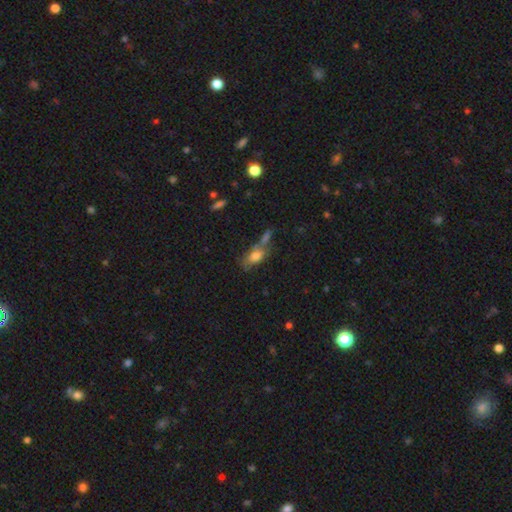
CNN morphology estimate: smooth-or-featured: smooth: 70% | featured or disk: 19% | star or artifact: 10%
  how-rounded: in between: 79% | cigar-shaped: 11% | round: 9%
  merging: none: 43% | merger: 32% | minor disturbance: 17% | major disturbance: 9%